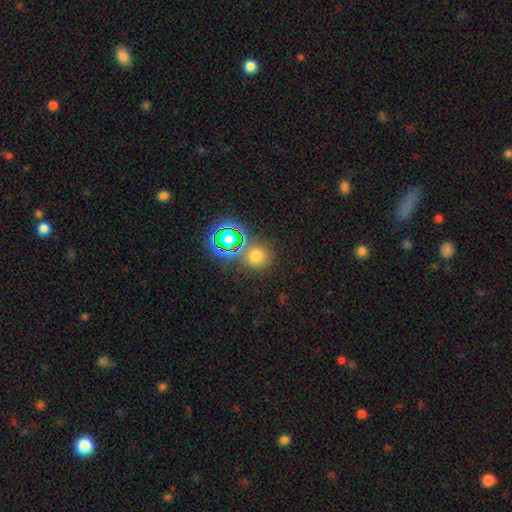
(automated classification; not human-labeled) smooth_or_featured: smooth (p=0.63) [alt: star or artifact p=0.30]
how_rounded: round (p=0.89) [alt: in between p=0.10]
merging: none (p=0.76) [alt: merger p=0.12]